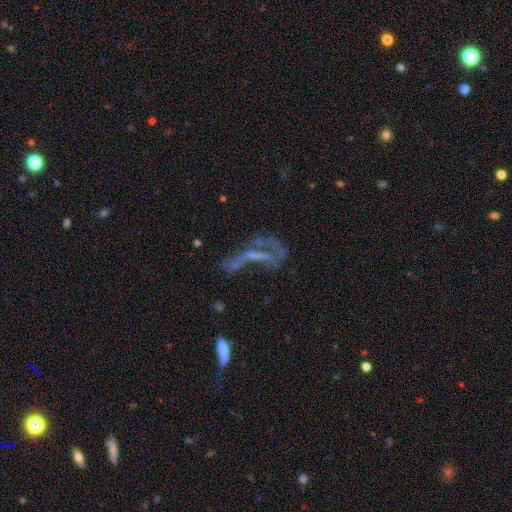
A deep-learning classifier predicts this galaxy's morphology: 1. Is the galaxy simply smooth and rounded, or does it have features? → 57% featured or disk, 22% star or artifact, 22% smooth.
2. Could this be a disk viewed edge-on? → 85% no, 15% yes.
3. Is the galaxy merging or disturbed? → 45% major disturbance, 25% none, 18% merger, 12% minor disturbance.